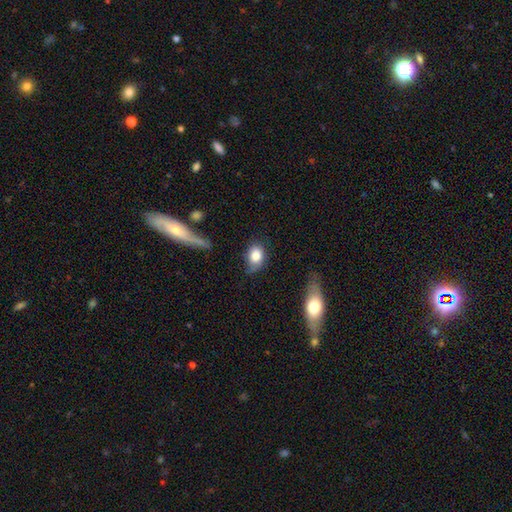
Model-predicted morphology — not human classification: The model was most divided on "merging": none: 56%, minor disturbance: 31%, major disturbance: 9%, merger: 4%. More confident: smooth or featured — smooth (81%); how rounded — in between (74%).